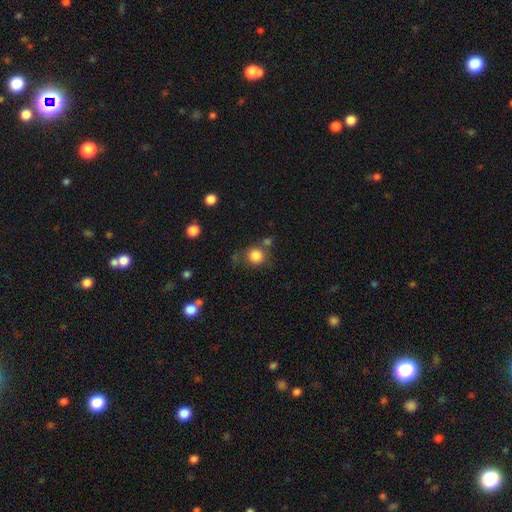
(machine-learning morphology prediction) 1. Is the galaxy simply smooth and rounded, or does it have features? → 84% smooth, 10% star or artifact, 6% featured or disk.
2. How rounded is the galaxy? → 89% round, 10% in between, 1% cigar-shaped.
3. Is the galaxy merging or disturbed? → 67% none, 15% minor disturbance, 12% merger, 6% major disturbance.